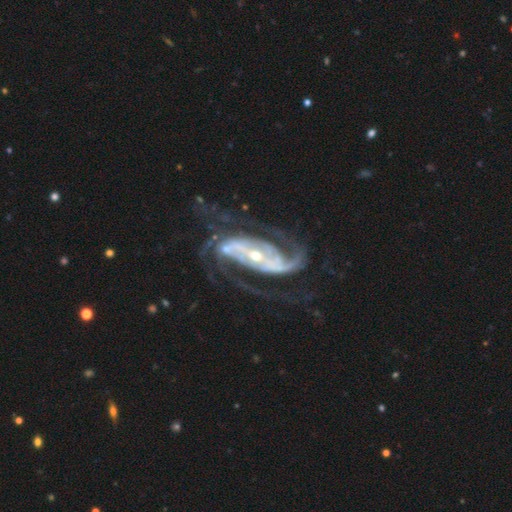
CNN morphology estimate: Smooth or featured?
  - featured or disk: 92% *
  - star or artifact: 5%
  - smooth: 3%
Edge-on disk?
  - no: 96% *
  - yes: 4%
Bar?
  - strong: 50% *
  - weak: 26%
  - no: 24%
Spiral arms?
  - yes: 98% *
  - no: 2%
Spiral winding?
  - medium: 50% *
  - tight: 29%
  - loose: 21%
Spiral arm count?
  - 2: 60% *
  - 3: 16%
  - can't tell: 9%
  - 4: 6%
  - 1: 5%
  - more than 4: 4%
Bulge size?
  - small: 62% *
  - moderate: 34%
  - large: 3%
  - none: 1%
  - dominant: 1%
Merging?
  - none: 59% *
  - major disturbance: 22%
  - minor disturbance: 16%
  - merger: 3%